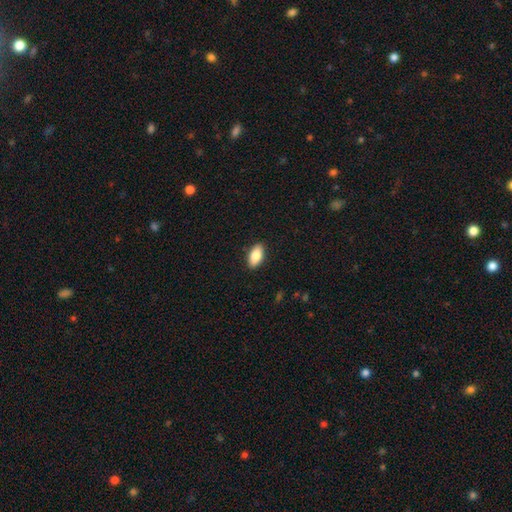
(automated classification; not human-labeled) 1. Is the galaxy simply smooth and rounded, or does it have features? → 83% smooth, 10% featured or disk, 7% star or artifact.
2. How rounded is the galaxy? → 90% in between, 7% cigar-shaped, 3% round.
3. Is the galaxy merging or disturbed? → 90% none, 8% minor disturbance, 2% major disturbance, 1% merger.